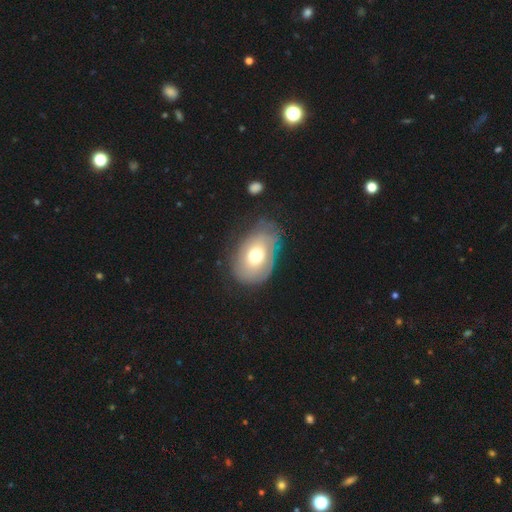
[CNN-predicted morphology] smooth-or-featured: featured or disk: 49% | smooth: 44% | star or artifact: 7%
  merging: none: 62% | minor disturbance: 25% | major disturbance: 11% | merger: 2%